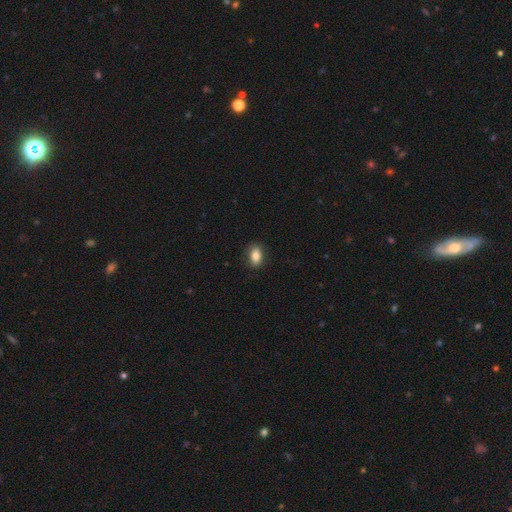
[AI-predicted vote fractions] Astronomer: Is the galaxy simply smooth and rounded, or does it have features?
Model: smooth — 84%.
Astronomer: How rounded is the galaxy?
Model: in between — 86%.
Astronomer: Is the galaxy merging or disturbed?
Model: none — 85%.